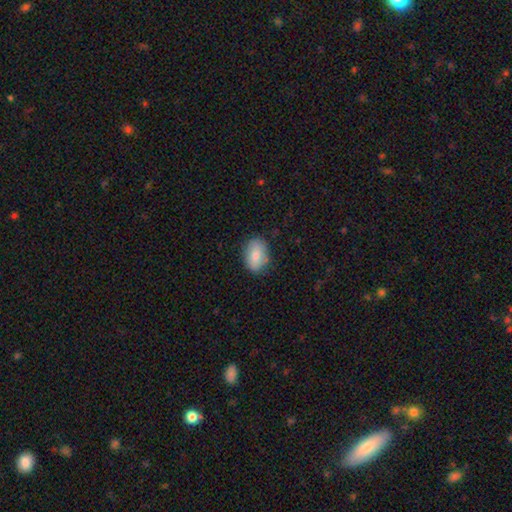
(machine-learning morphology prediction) Smooth or featured? Predicted: smooth (p=0.80). How rounded? Predicted: in between (p=0.80). Merging? Predicted: none (p=0.80).